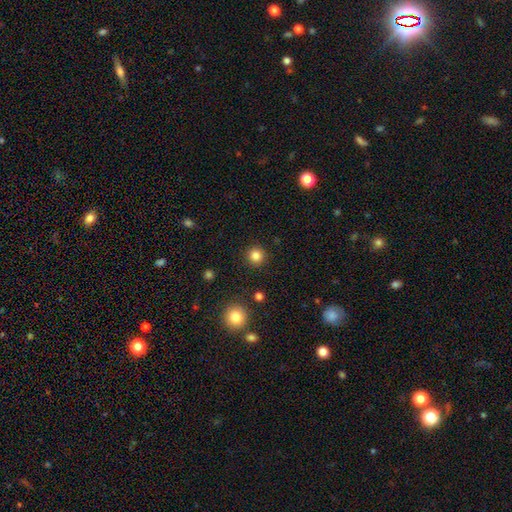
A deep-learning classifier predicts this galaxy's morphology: A smooth galaxy with no disk features (84%) that is round (94%). Merging: none (90%).